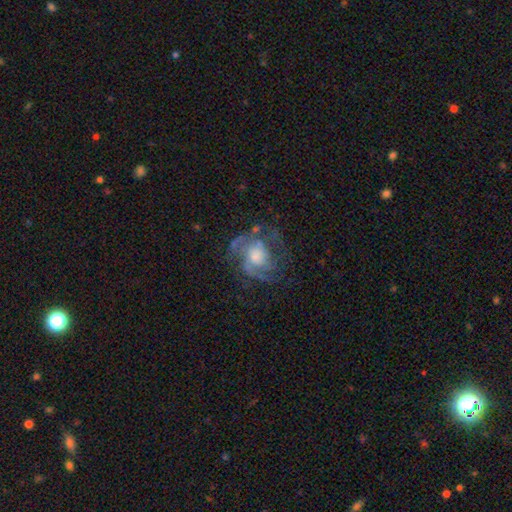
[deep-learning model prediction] featured or disk 79%, smooth 13%, star or artifact 8%. Down the decision tree: edge-on disk — no (98%); bar — no (74%); spiral arms — yes (90%); spiral arm count — 3 (30%); spiral winding — medium (45%); bulge size — moderate (49%); merging — none (60%).